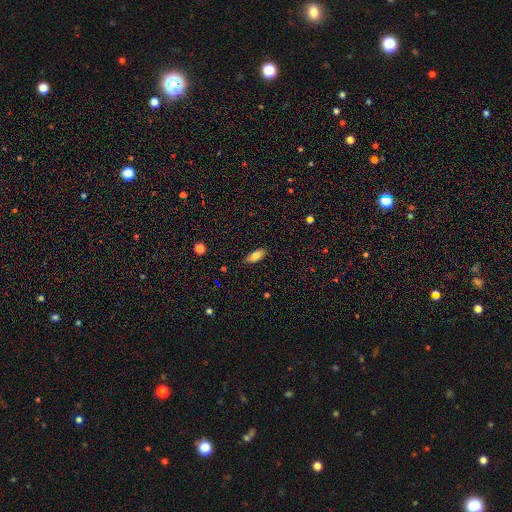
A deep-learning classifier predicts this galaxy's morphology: smooth-or-featured: smooth: 78% | featured or disk: 14% | star or artifact: 7%
  how-rounded: in between: 80% | cigar-shaped: 17% | round: 3%
  merging: none: 83% | minor disturbance: 13% | major disturbance: 2% | merger: 1%